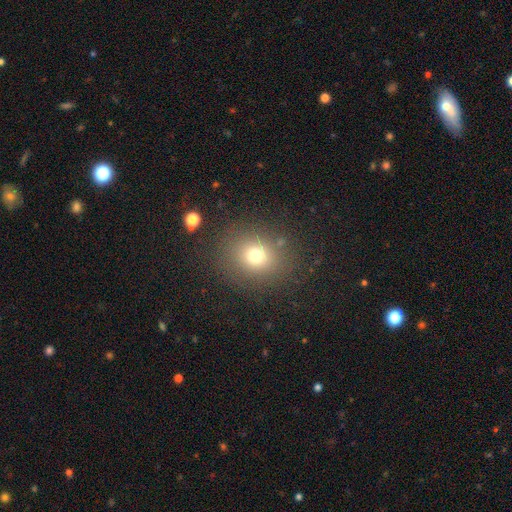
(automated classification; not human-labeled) Smooth or featured? Predicted: smooth (p=0.73). How rounded? Predicted: round (p=0.75). Merging? Predicted: none (p=0.83).